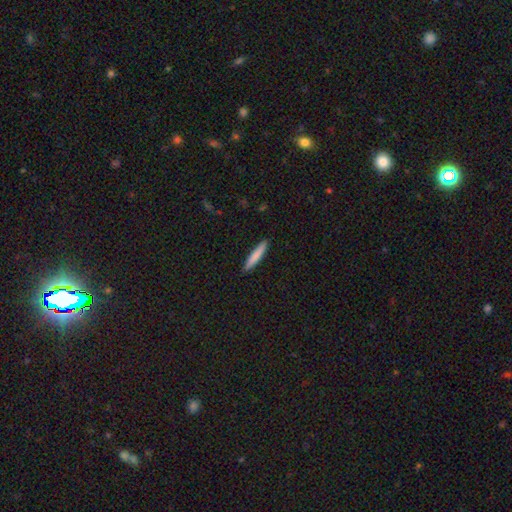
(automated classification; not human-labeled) Smooth or featured? Predicted: smooth (p=0.79). How rounded? Predicted: cigar-shaped (p=0.92). Merging? Predicted: none (p=0.91).